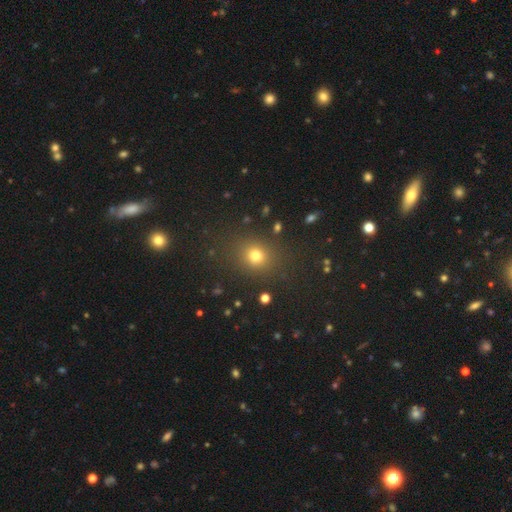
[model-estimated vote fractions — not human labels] Smooth or featured?
  - smooth: 75% *
  - star or artifact: 18%
  - featured or disk: 7%
How rounded?
  - round: 76% *
  - in between: 23%
  - cigar-shaped: 1%
Merging?
  - none: 83% *
  - minor disturbance: 9%
  - major disturbance: 5%
  - merger: 3%